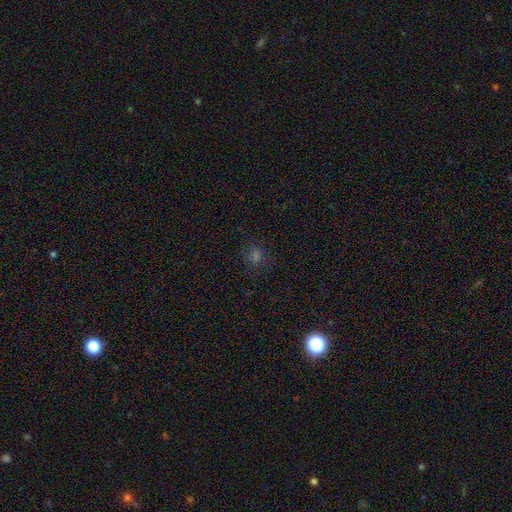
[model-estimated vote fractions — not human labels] This is possibly a smooth galaxy (56%). How rounded: likely round (63%). Merging: clearly none (82%).